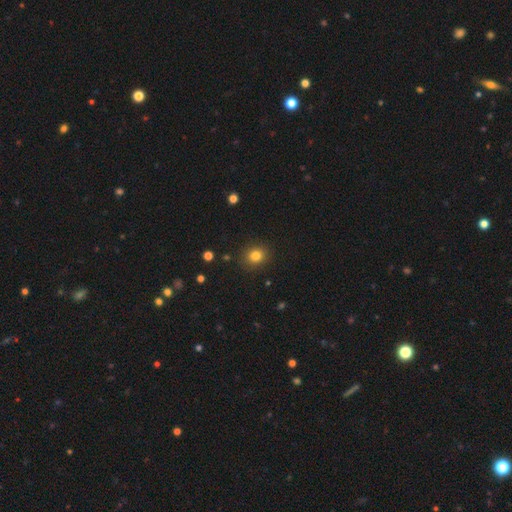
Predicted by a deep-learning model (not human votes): smooth-or-featured: smooth: 82% | star or artifact: 12% | featured or disk: 6%
  how-rounded: round: 77% | in between: 22% | cigar-shaped: 1%
  merging: none: 89% | minor disturbance: 8% | major disturbance: 2% | merger: 1%